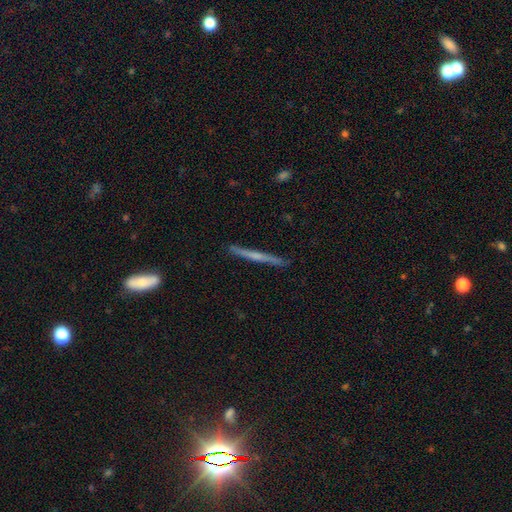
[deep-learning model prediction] Smooth or featured? featured or disk (63%)
Edge-on disk? yes (97%)
Edge-on bulge? none (48%)
Merging? none (89%)